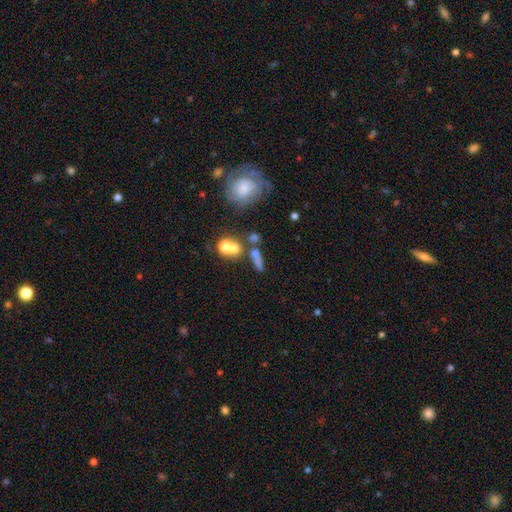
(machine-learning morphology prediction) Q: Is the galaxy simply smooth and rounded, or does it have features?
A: smooth — 52%.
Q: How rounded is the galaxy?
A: round — 41%.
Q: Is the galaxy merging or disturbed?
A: none — 46%.